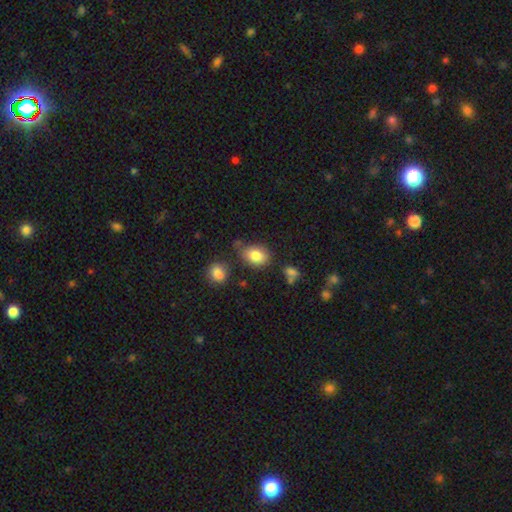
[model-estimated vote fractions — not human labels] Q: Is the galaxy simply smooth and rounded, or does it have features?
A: smooth — 84%.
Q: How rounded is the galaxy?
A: in between — 67%.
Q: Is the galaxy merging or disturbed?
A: none — 66%.